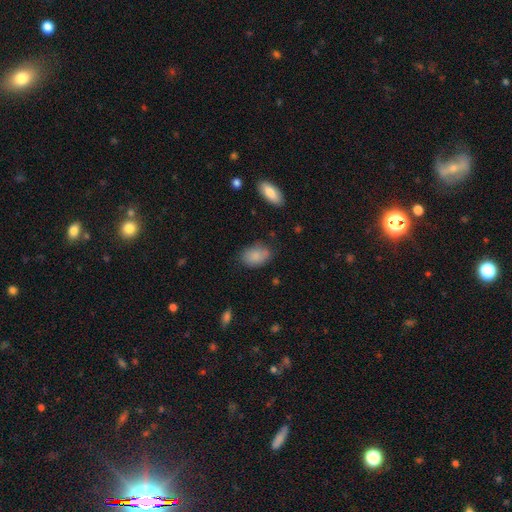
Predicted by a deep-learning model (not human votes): A smooth galaxy with no disk features (86%) that is in between round and cigar-shaped (87%).

Vote fractions:
- Smooth or featured? smooth: 86% / star or artifact: 7% / featured or disk: 7%
- How rounded? in between: 87% / round: 11% / cigar-shaped: 1%
- Merging? none: 74% / minor disturbance: 19% / major disturbance: 5% / merger: 2%